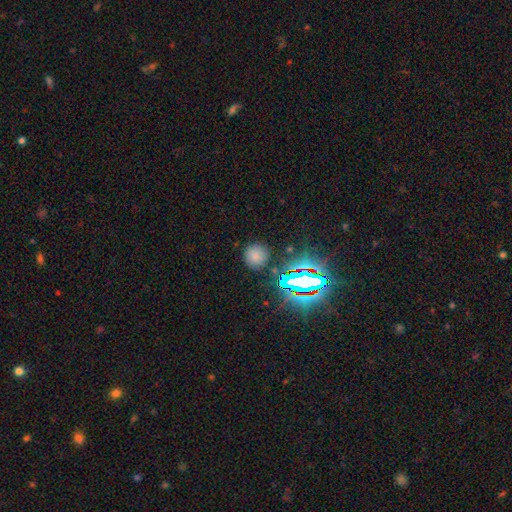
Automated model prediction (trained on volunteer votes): This is likely a smooth galaxy (69%). How rounded: clearly round (90%). Merging: clearly none (83%).